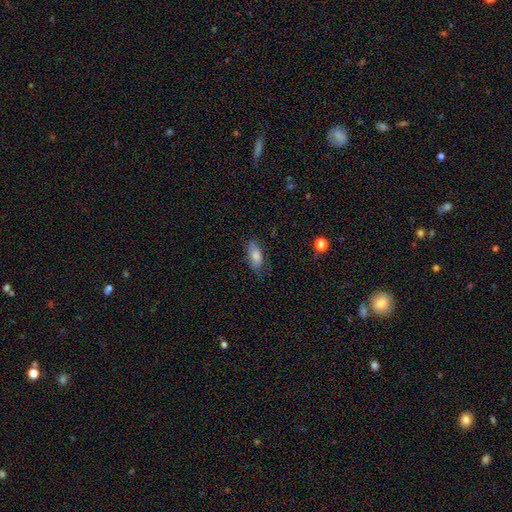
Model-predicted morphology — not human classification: Q: Smooth or featured?
A: smooth (76%); runner-up: featured or disk (17%)
Q: How rounded?
A: in between (87%); runner-up: cigar-shaped (10%)
Q: Merging?
A: none (68%); runner-up: minor disturbance (24%)